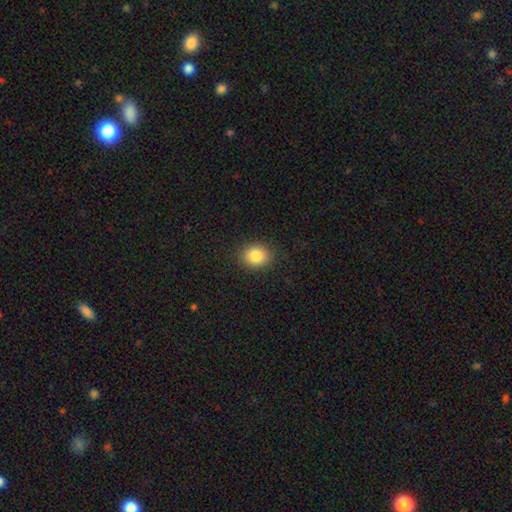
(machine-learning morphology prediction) Overall: smooth (86%). How rounded: round (64%; in between 35%). Merging: none (89%).